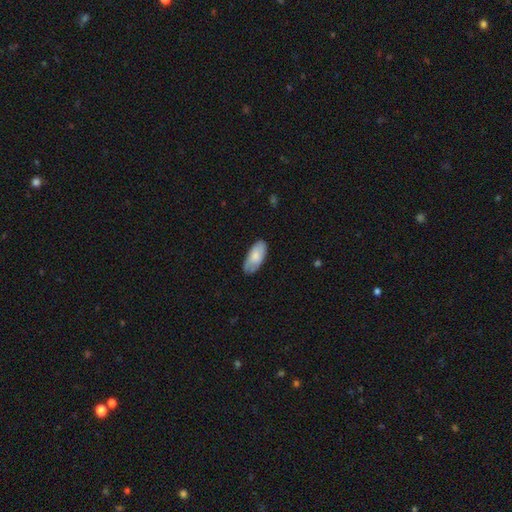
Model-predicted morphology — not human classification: Smooth or featured: smooth — 75% (featured or disk — 19%)
How rounded: in between — 91% (cigar-shaped — 7%)
Merging: none — 71% (minor disturbance — 23%)